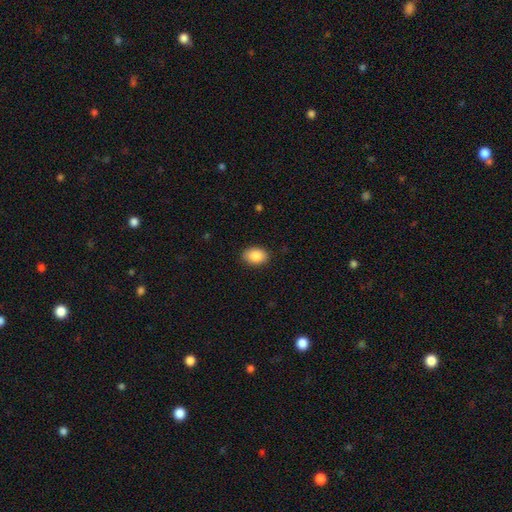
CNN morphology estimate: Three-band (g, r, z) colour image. It shows a smooth galaxy with no disk features (88%) that is in between round and cigar-shaped (81%). Merging: none (87%).